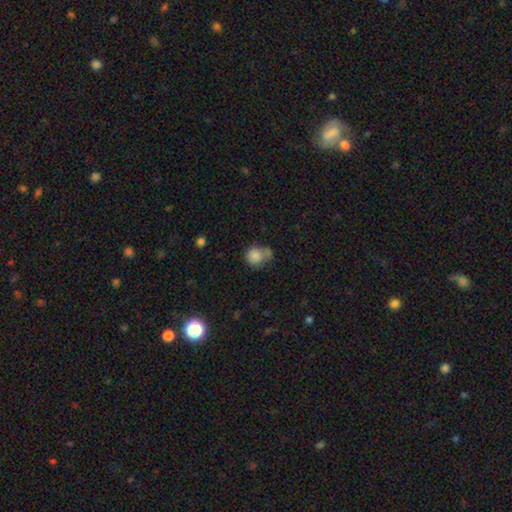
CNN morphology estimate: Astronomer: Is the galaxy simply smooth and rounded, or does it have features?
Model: smooth — 83%.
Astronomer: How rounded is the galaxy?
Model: round — 78%.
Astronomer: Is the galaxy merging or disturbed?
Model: none — 46% (runner-up: merger, 25%).